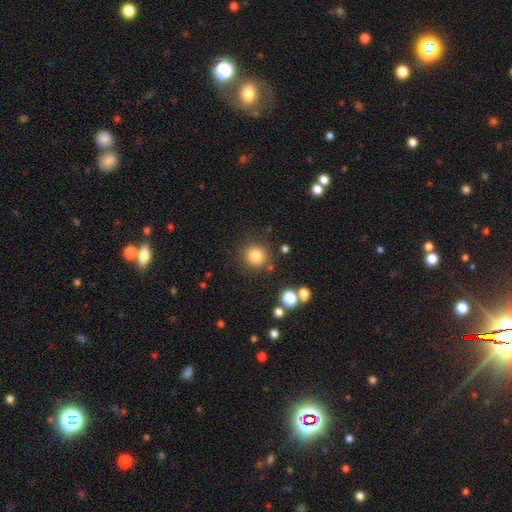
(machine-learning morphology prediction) A smooth galaxy with no disk features (81%) that is round (93%).

Vote fractions:
- Smooth or featured? smooth: 81% / star or artifact: 12% / featured or disk: 6%
- How rounded? round: 93% / in between: 6% / cigar-shaped: 1%
- Merging? none: 85% / minor disturbance: 8% / merger: 4% / major disturbance: 3%